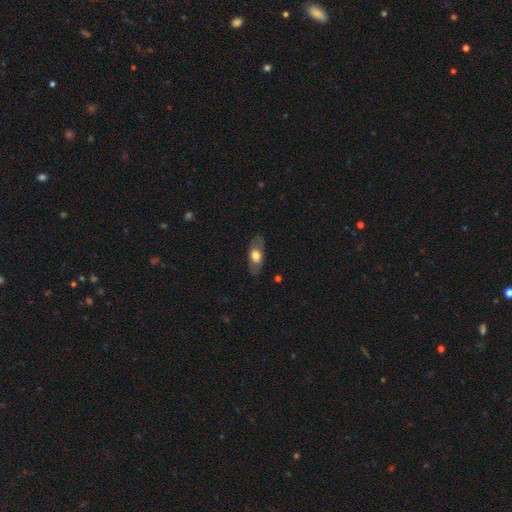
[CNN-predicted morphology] Smooth or featured? smooth (57%)
How rounded? in between (84%)
Merging? none (80%)